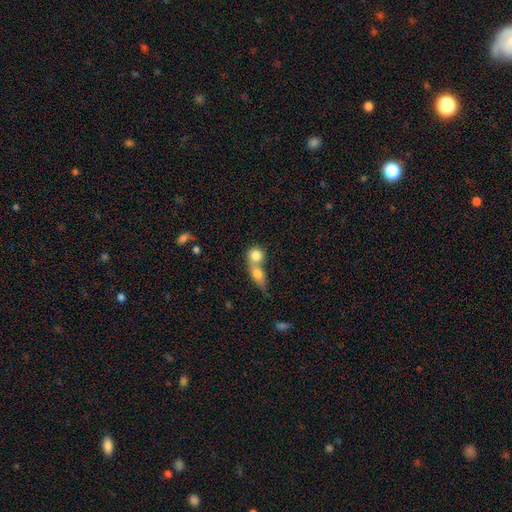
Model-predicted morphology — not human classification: Overall: smooth (79%). How rounded: round (75%). Merging: merger (66%).